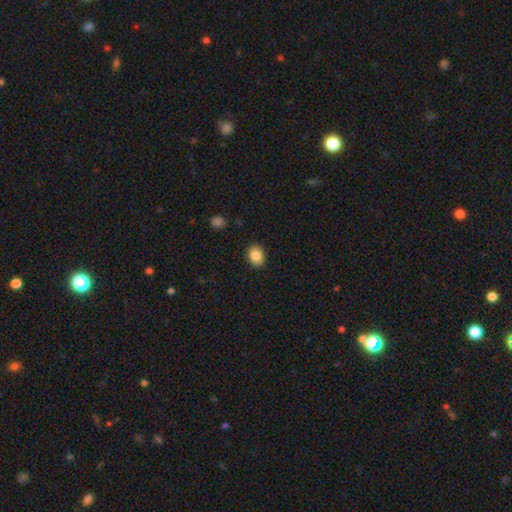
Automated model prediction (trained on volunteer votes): Morphology: type=smooth (87%); roundness=in between (55%); merging=none (89%).